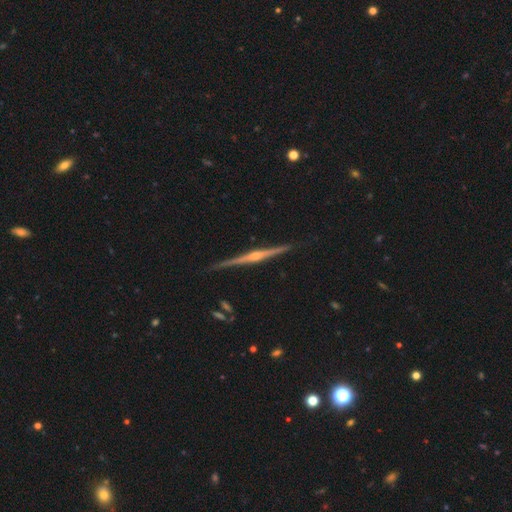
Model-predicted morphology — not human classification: Smooth or featured?
  - featured or disk: 87% *
  - smooth: 8%
  - star or artifact: 5%
Edge-on disk?
  - yes: 99% *
  - no: 1%
Edge-on bulge?
  - rounded: 84% *
  - boxy: 8%
  - none: 8%
Merging?
  - none: 90% *
  - minor disturbance: 8%
  - major disturbance: 1%
  - merger: 1%